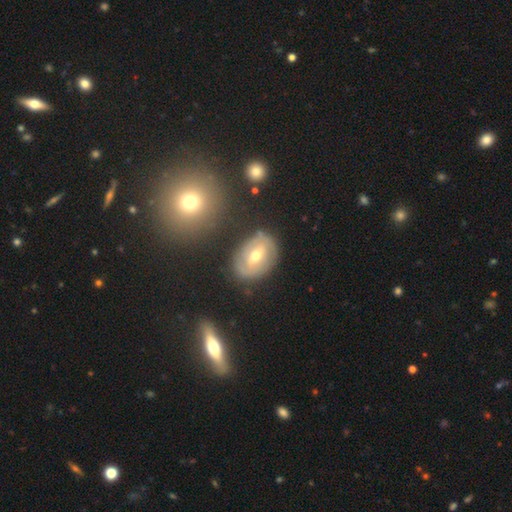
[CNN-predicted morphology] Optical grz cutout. It shows a featured or disk galaxy (54%). Merging: none (81%).